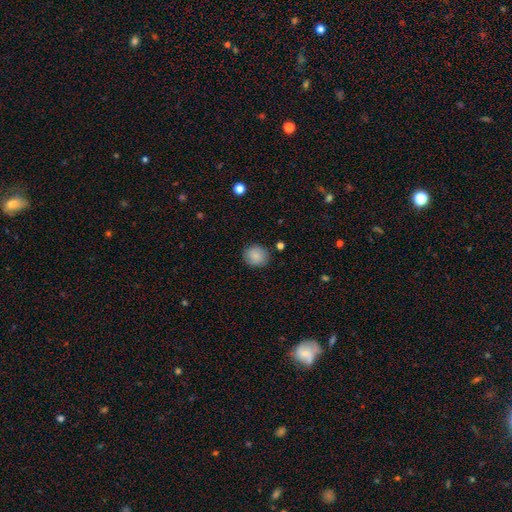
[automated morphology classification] Smooth or featured: smooth — 87% (star or artifact — 8%)
How rounded: round — 76% (in between — 23%)
Merging: none — 87% (minor disturbance — 9%)